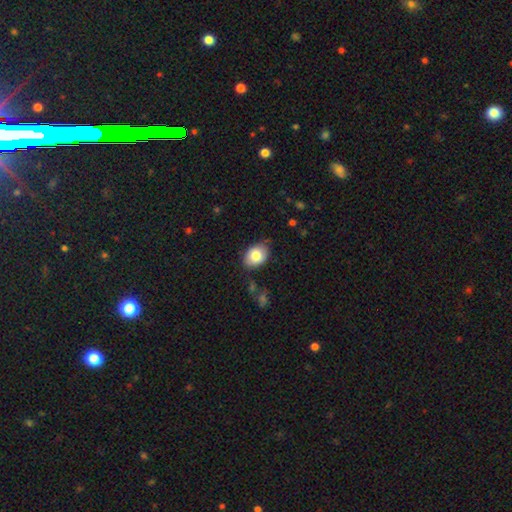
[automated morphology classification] Overall: smooth (82%). How rounded: in between (74%). Merging: none (78%).